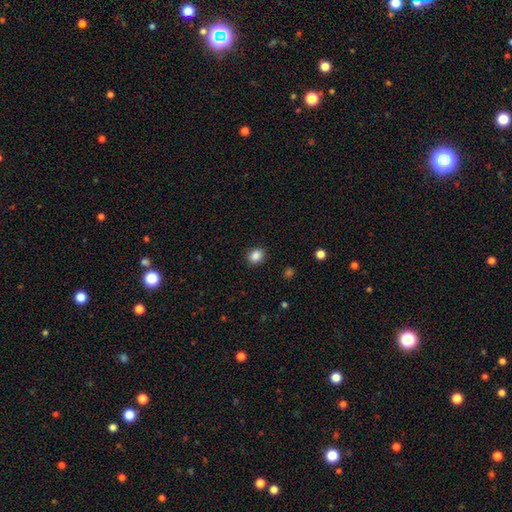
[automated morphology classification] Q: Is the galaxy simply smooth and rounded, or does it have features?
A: smooth — 86%.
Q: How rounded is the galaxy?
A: round — 63%.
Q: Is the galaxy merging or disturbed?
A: none — 89%.